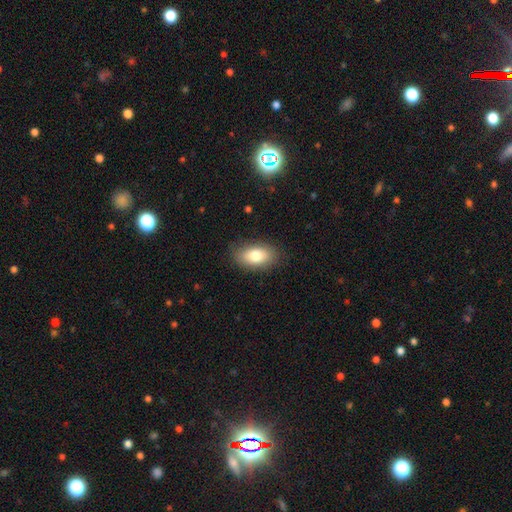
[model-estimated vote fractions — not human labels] smooth_or_featured: smooth (p=0.79) [alt: featured or disk p=0.14]
how_rounded: in between (p=0.91) [alt: round p=0.06]
merging: none (p=0.84) [alt: minor disturbance p=0.12]